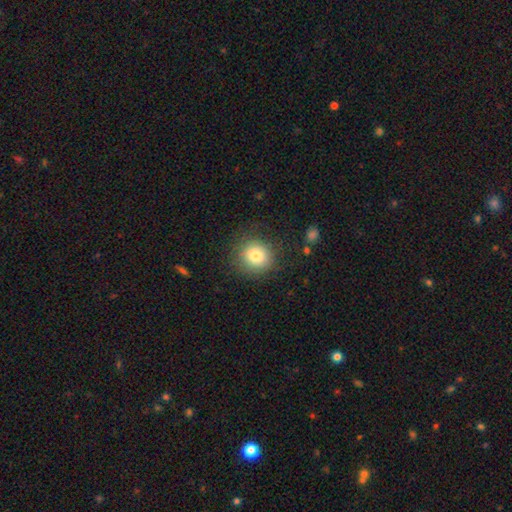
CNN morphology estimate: type=smooth (80%); roundness=round (88%); merging=none (83%).